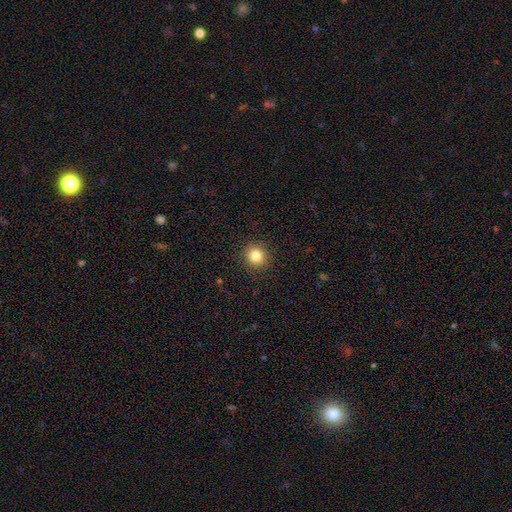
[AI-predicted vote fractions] This is clearly a smooth galaxy (83%). How rounded: clearly round (90%). Merging: clearly none (91%).